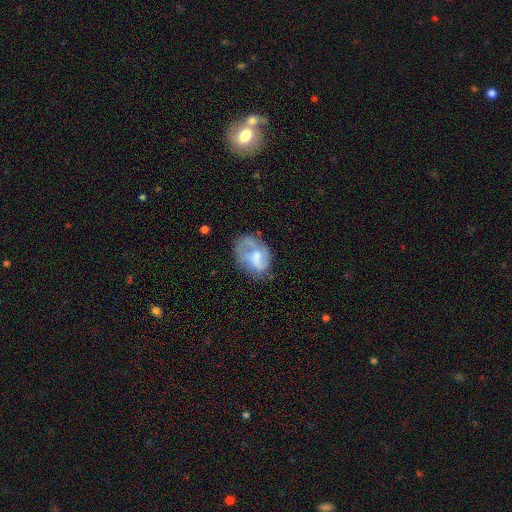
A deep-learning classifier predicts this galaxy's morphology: Q: Smooth or featured?
A: featured or disk (48%); runner-up: smooth (44%)
Q: Merging?
A: none (44%); runner-up: minor disturbance (30%)